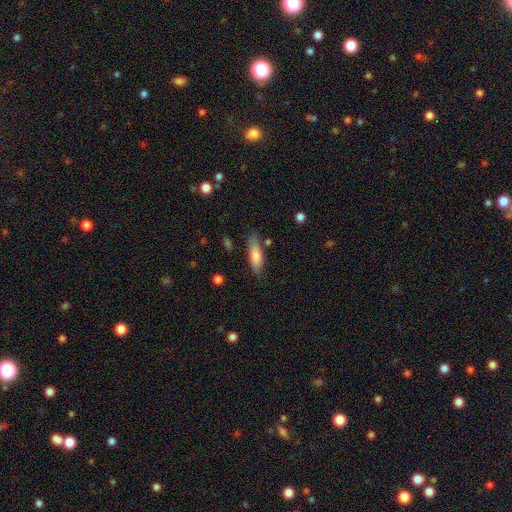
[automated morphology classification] Q: Smooth or featured?
A: smooth (75%); runner-up: featured or disk (19%)
Q: How rounded?
A: cigar-shaped (50%); runner-up: in between (48%)
Q: Merging?
A: none (75%); runner-up: minor disturbance (17%)